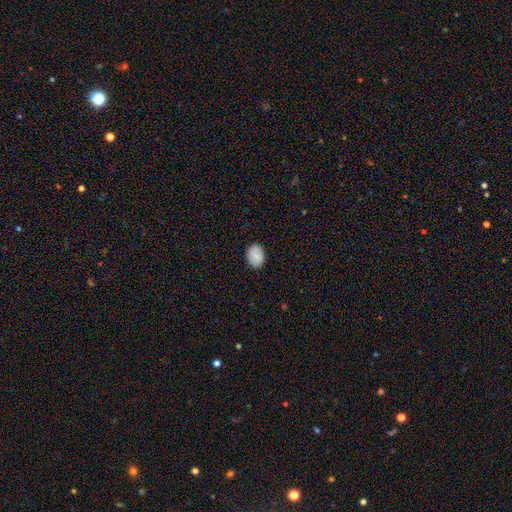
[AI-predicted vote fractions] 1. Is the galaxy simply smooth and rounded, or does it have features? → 78% smooth, 15% featured or disk, 7% star or artifact.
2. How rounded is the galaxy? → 69% in between, 30% round, 1% cigar-shaped.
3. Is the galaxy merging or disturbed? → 88% none, 9% minor disturbance, 2% major disturbance, 1% merger.